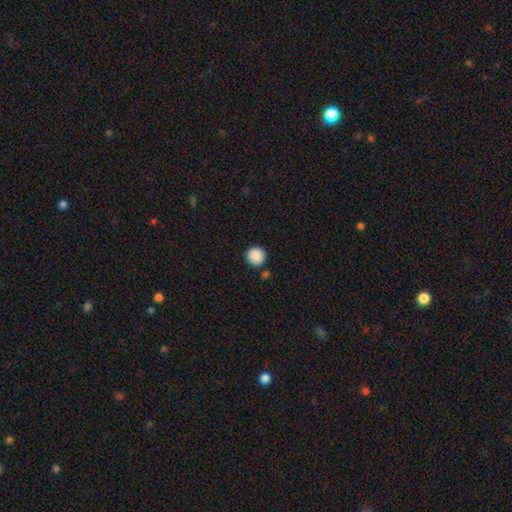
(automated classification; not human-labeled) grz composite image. It shows a smooth galaxy with no disk features (89%) that is round (94%). Merging: none (86%).